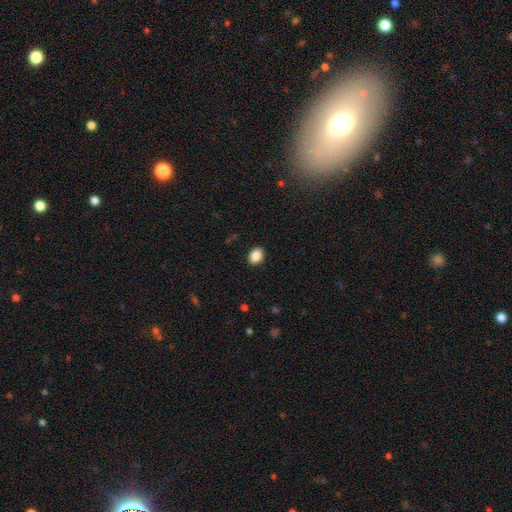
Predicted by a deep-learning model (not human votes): This appears to be a smooth galaxy with no disk features (88%) that is in between round and cigar-shaped (65%). Merging: none (90%).